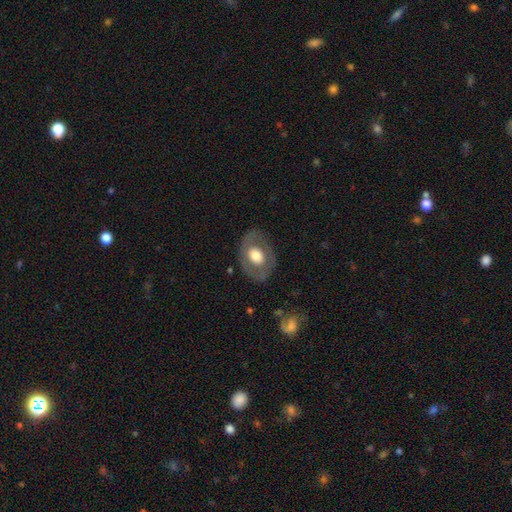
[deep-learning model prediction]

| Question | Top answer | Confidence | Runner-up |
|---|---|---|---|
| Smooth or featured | smooth | 53% | featured or disk (41%) |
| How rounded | in between | 68% | round (31%) |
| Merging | none | 78% | minor disturbance (14%) |